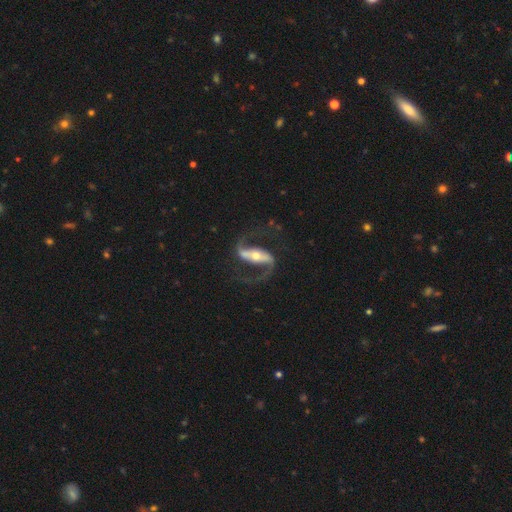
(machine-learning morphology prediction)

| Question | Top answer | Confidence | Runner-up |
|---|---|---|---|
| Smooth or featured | featured or disk | 92% | smooth (4%) |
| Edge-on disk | no | 95% | yes (5%) |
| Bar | strong | 67% | weak (21%) |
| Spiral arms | yes | 97% | no (3%) |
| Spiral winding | loose | 47% | medium (44%) |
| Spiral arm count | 2 | 94% | 1 (2%) |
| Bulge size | moderate | 56% | small (35%) |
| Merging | none | 77% | minor disturbance (11%) |